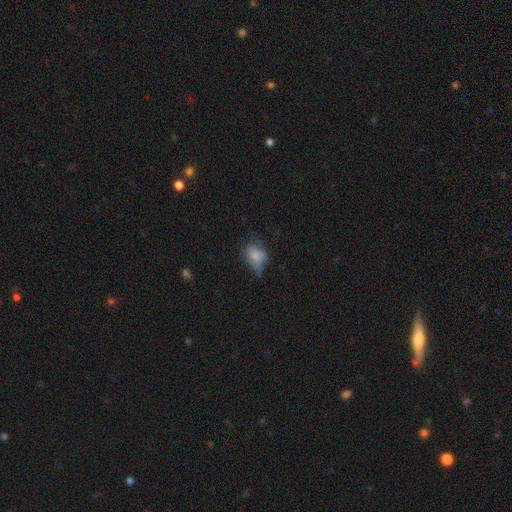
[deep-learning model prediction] Smooth or featured? Predicted: smooth (p=0.62). How rounded? Predicted: in between (p=0.79). Merging? Predicted: minor disturbance (p=0.35).